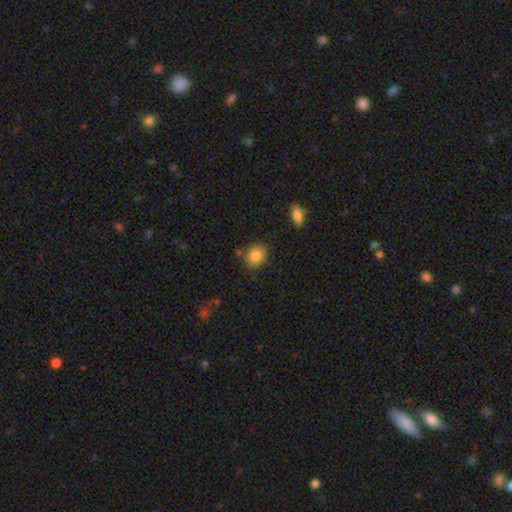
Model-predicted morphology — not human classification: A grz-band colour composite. It shows a smooth galaxy with no disk features (84%) that is in between round and cigar-shaped (52%). Merging: none (81%).